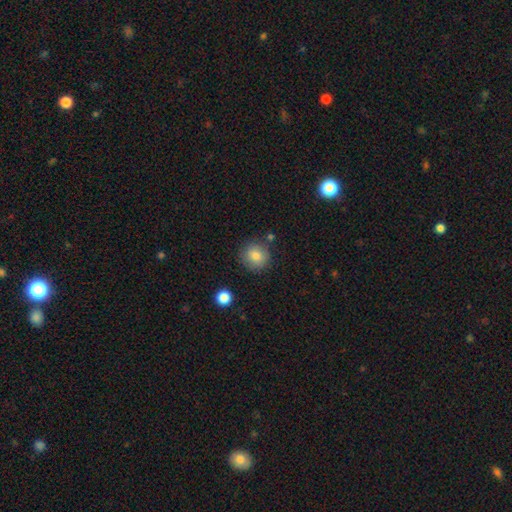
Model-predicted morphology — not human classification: The model was most divided on "merging": none: 82%, minor disturbance: 11%, merger: 4%, major disturbance: 3%. More confident: how rounded — round (90%); smooth or featured — smooth (83%).